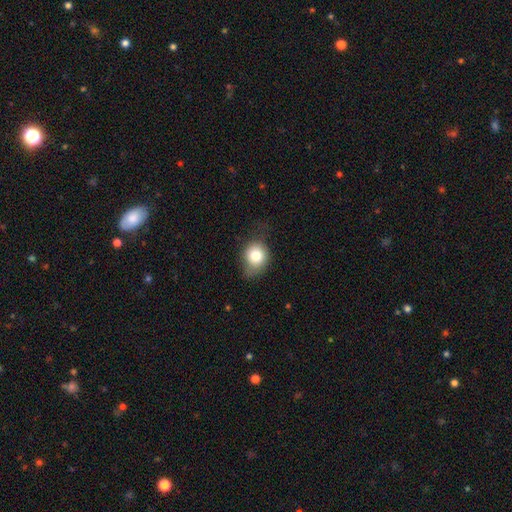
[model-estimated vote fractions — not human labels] smooth_or_featured: smooth (p=0.78) [alt: featured or disk p=0.12]
how_rounded: round (p=0.65) [alt: in between p=0.34]
merging: none (p=0.56) [alt: minor disturbance p=0.32]